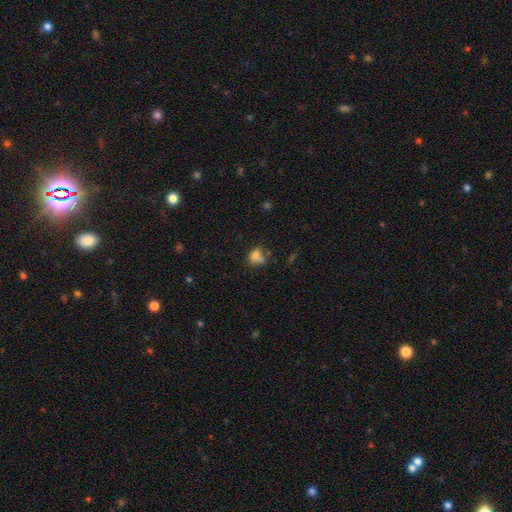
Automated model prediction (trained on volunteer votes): Smooth or featured? smooth (76%)
How rounded? round (53%)
Merging? none (44%)